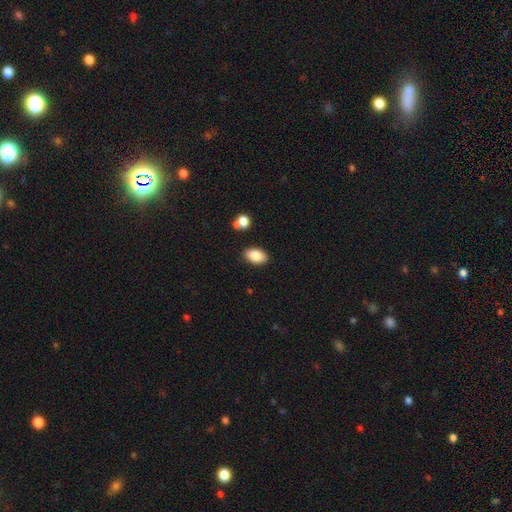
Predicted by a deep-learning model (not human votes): This is clearly a smooth galaxy (85%). How rounded: clearly in between (92%). Merging: clearly none (86%).